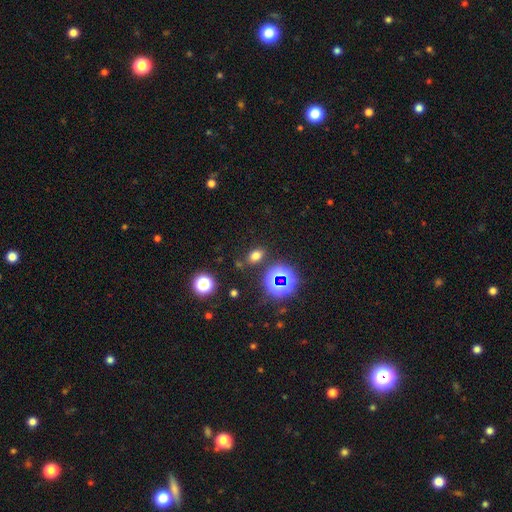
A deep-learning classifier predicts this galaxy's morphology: This appears to be a smooth galaxy with no disk features (66%) that is in between round and cigar-shaped (74%). Merging: none (81%).